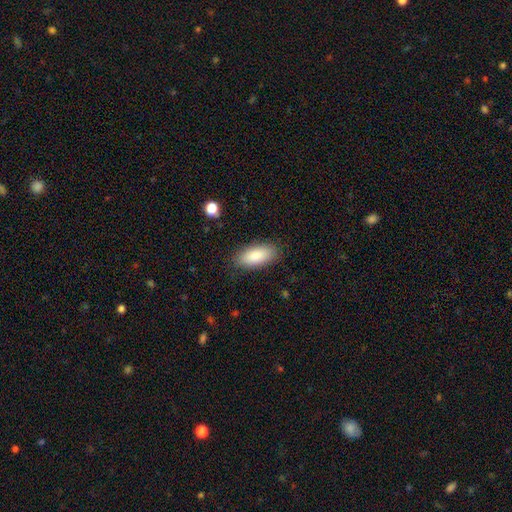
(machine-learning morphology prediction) Overall: smooth (87%). How rounded: in between (86%). Merging: none (86%).